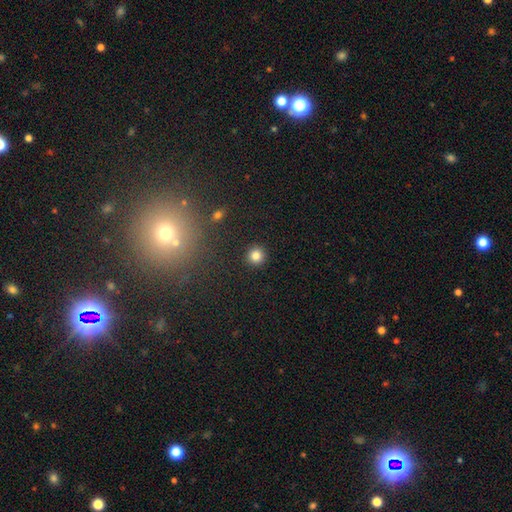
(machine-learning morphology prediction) The model was most divided on "smooth or featured": smooth: 83%, star or artifact: 12%, featured or disk: 5%. More confident: how rounded — round (95%); merging — none (92%).